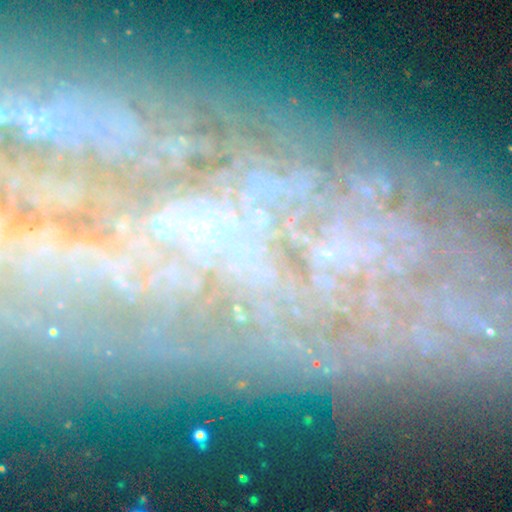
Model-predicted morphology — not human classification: Overall: featured or disk (51%; star or artifact 34%). Edge-on disk: no (90%). Merging: none (60%).